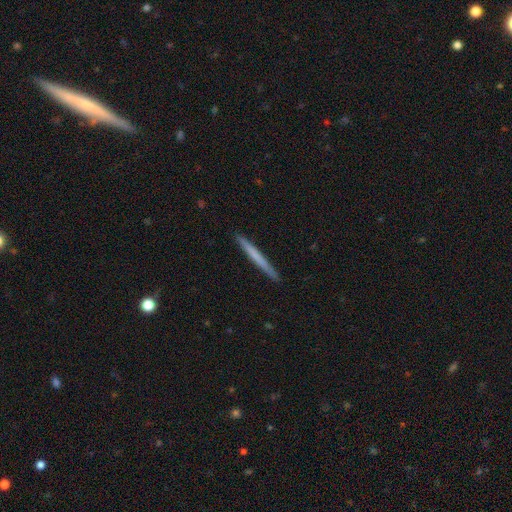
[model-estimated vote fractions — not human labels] smooth-or-featured: smooth: 57% | featured or disk: 38% | star or artifact: 5%
  how-rounded: cigar-shaped: 97% | in between: 1% | round: 1%
  merging: none: 92% | minor disturbance: 5% | major disturbance: 1% | merger: 1%